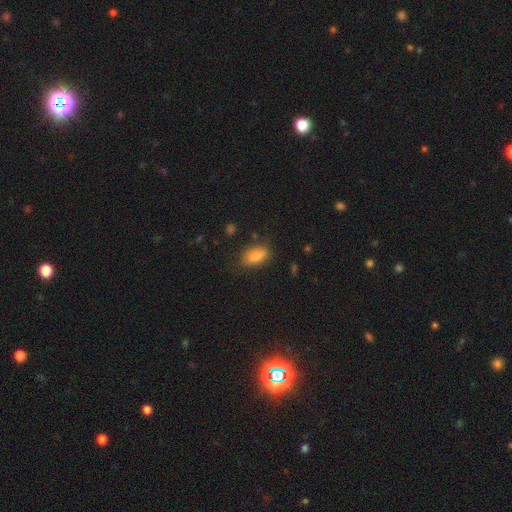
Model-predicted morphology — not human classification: The model was most divided on "merging": none: 77%, minor disturbance: 17%, major disturbance: 4%, merger: 2%. More confident: how rounded — in between (89%); smooth or featured — smooth (83%).